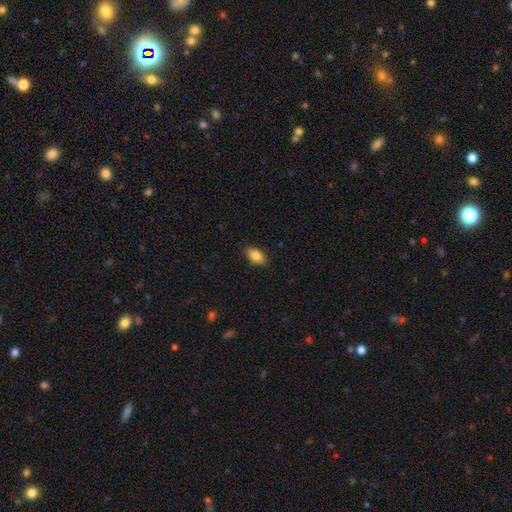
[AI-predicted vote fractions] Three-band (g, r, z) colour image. It shows a smooth galaxy with no disk features (84%) that is in between round and cigar-shaped (88%). Merging: none (83%).